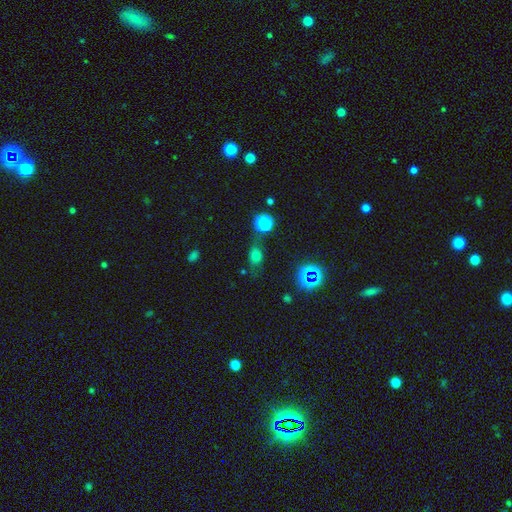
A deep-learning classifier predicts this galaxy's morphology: This is likely a smooth galaxy (62%). How rounded: possibly in between (56%). Merging: likely none (62%).